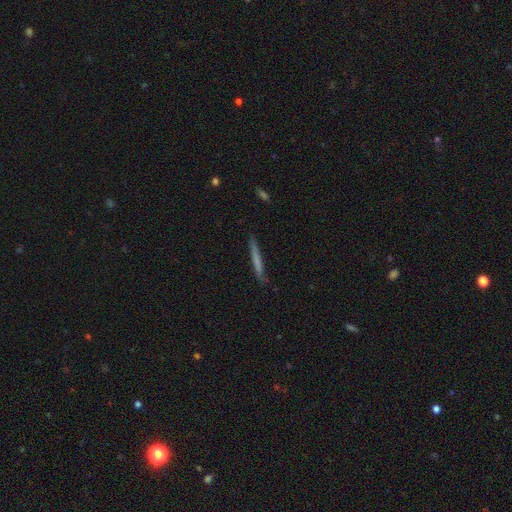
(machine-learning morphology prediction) The model was most divided on "smooth or featured": smooth: 55%, featured or disk: 36%, star or artifact: 8%. More confident: how rounded — cigar-shaped (96%); merging — none (86%).